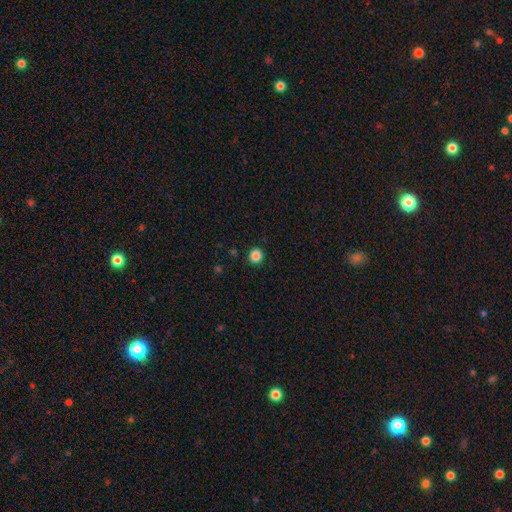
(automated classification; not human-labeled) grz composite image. It shows a smooth galaxy with no disk features (86%) that is round (89%). Merging: none (92%).